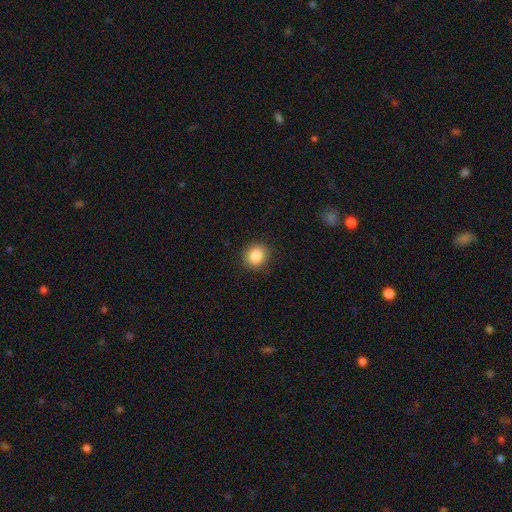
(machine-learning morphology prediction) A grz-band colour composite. It shows a smooth galaxy with no disk features (86%) that is round (82%). Merging: none (90%).